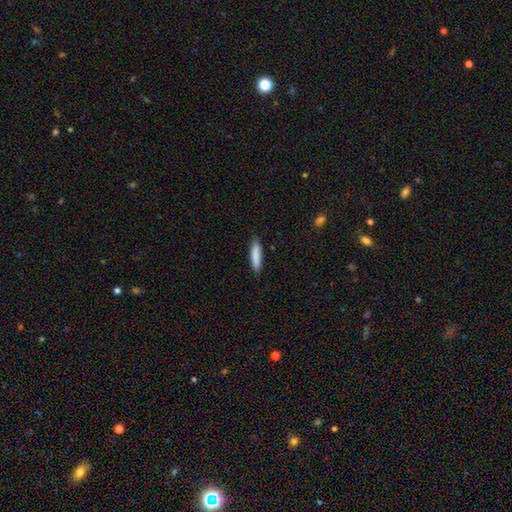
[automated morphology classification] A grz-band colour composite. It shows a smooth galaxy with no disk features (86%) that is cigar-shaped (80%). Merging: none (87%).